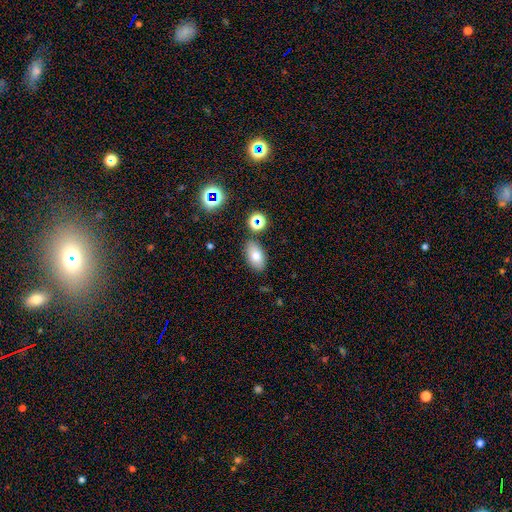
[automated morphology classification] This is likely a smooth galaxy (74%). How rounded: clearly in between (91%). Merging: clearly none (82%).